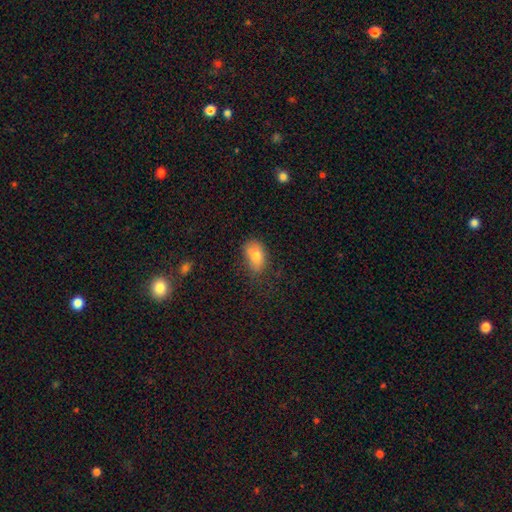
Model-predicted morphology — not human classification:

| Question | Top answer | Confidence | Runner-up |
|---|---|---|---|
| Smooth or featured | smooth | 77% | featured or disk (14%) |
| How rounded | in between | 88% | round (11%) |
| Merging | none | 52% | minor disturbance (32%) |